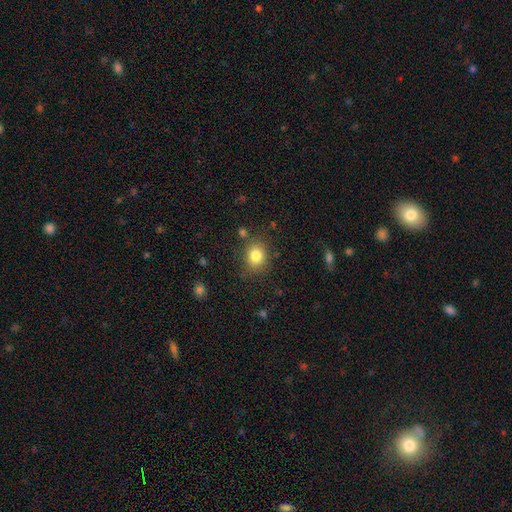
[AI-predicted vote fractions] smooth 82%, star or artifact 11%, featured or disk 7%. Down the decision tree: how rounded — round (63%); merging — none (81%).